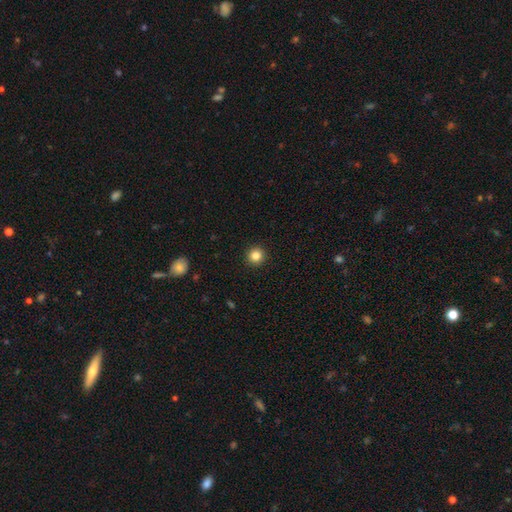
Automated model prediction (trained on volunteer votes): Smooth or featured? smooth (84%)
How rounded? round (95%)
Merging? none (93%)